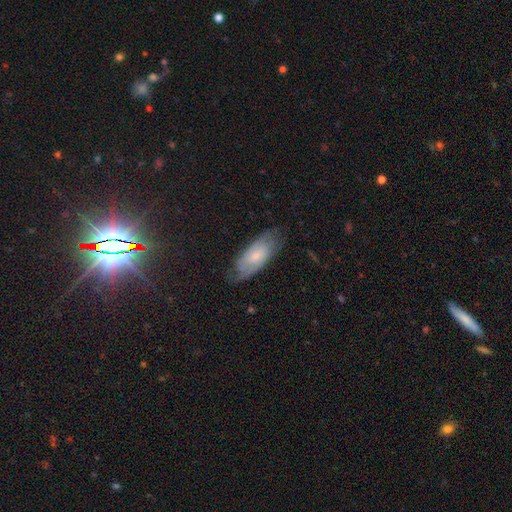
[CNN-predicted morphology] Smooth or featured: featured or disk — 50% (smooth — 42%)
Edge-on disk: no — 86% (yes — 14%)
Merging: none — 69% (minor disturbance — 23%)